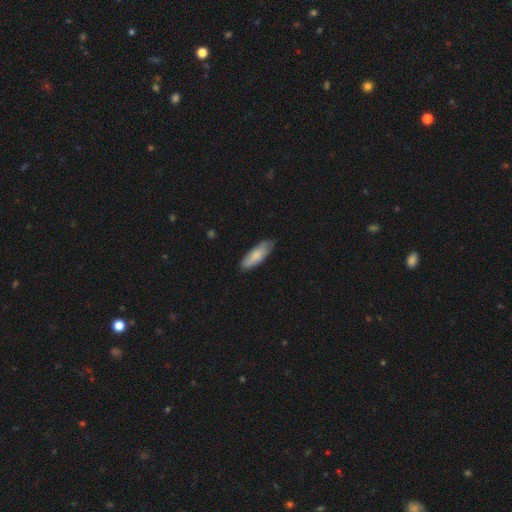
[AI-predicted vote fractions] Smooth or featured?
  - smooth: 78% *
  - featured or disk: 17%
  - star or artifact: 5%
How rounded?
  - in between: 65% *
  - cigar-shaped: 33%
  - round: 2%
Merging?
  - none: 78% *
  - minor disturbance: 18%
  - major disturbance: 3%
  - merger: 1%